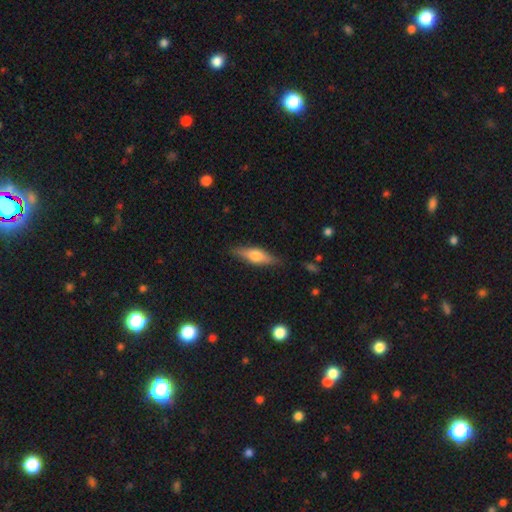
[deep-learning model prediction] smooth 47%, featured or disk 46%, star or artifact 6%. Down the decision tree: merging — none (84%).